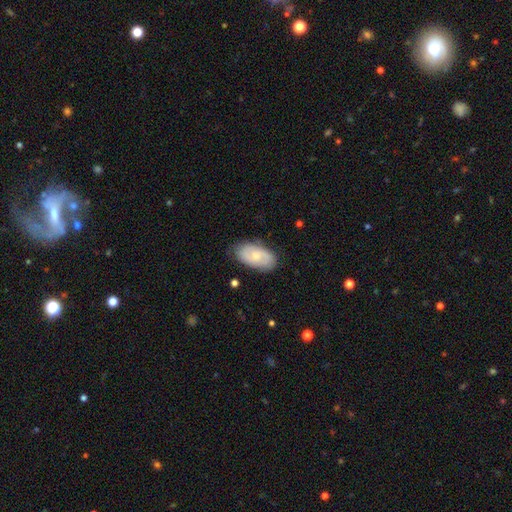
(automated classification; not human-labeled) Morphology: type=featured or disk (52%); edge-on=no (95%); merging=none (79%).